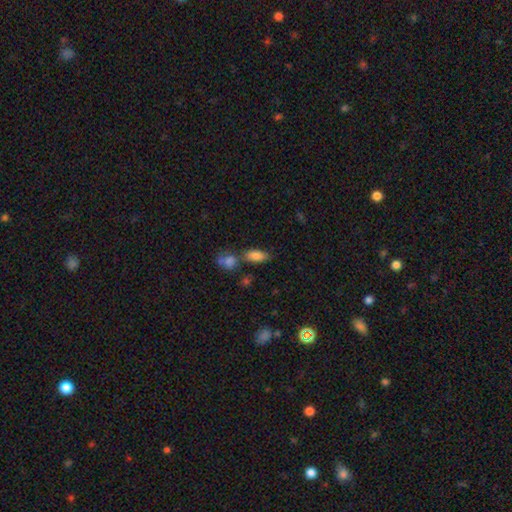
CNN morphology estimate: smooth_or_featured: smooth (p=0.82) [alt: star or artifact p=0.09]
how_rounded: in between (p=0.86) [alt: cigar-shaped p=0.10]
merging: none (p=0.61) [alt: merger p=0.19]